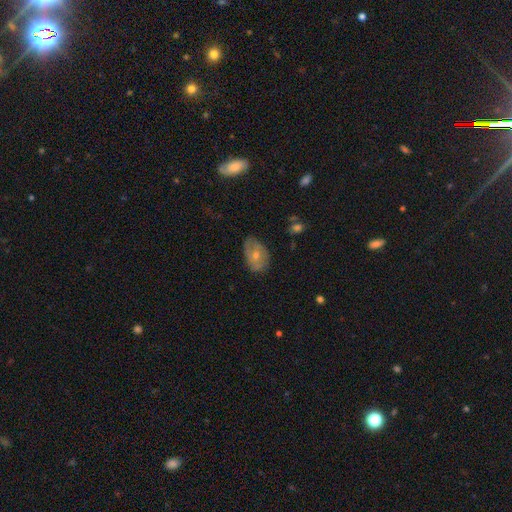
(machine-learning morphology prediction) smooth_or_featured: smooth (p=0.49) [alt: featured or disk p=0.44]
merging: none (p=0.60) [alt: minor disturbance p=0.29]